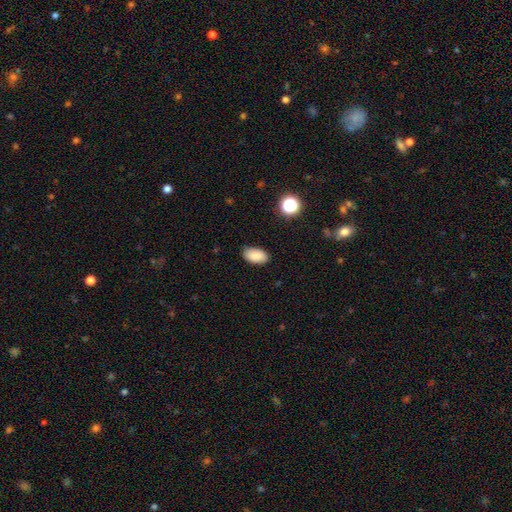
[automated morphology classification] type=smooth (86%); roundness=in between (94%); merging=none (86%).